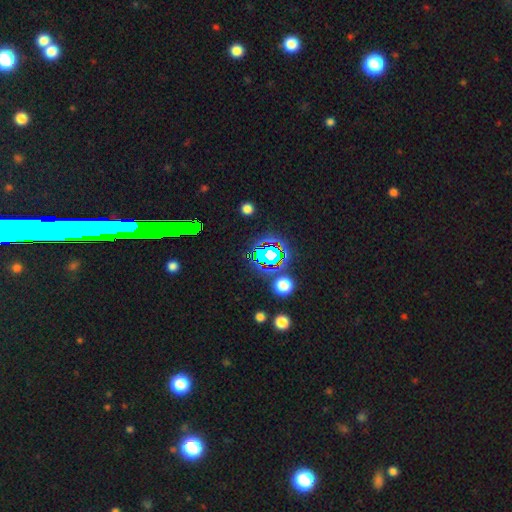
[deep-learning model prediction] This is likely a star or artifact rather than a galaxy (78%).